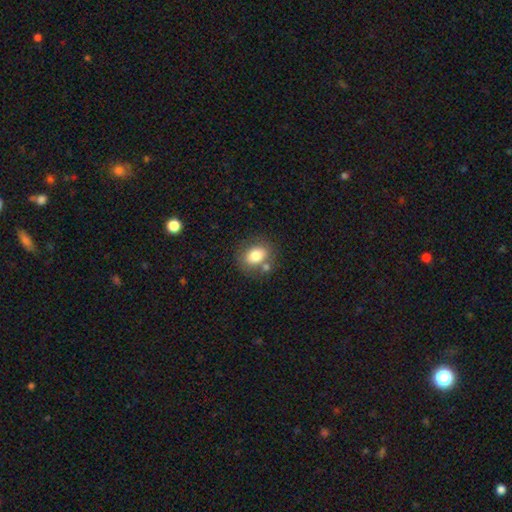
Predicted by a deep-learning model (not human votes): Smooth or featured?
  - smooth: 78% *
  - featured or disk: 12%
  - star or artifact: 9%
How rounded?
  - in between: 58% *
  - round: 41%
  - cigar-shaped: 1%
Merging?
  - none: 68% *
  - merger: 15%
  - minor disturbance: 13%
  - major disturbance: 4%